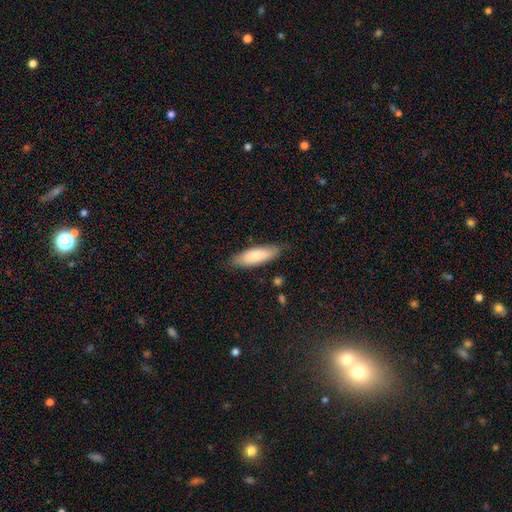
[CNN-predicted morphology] Smooth or featured: smooth — 80% (featured or disk — 14%)
How rounded: in between — 54% (cigar-shaped — 44%)
Merging: none — 81% (minor disturbance — 15%)